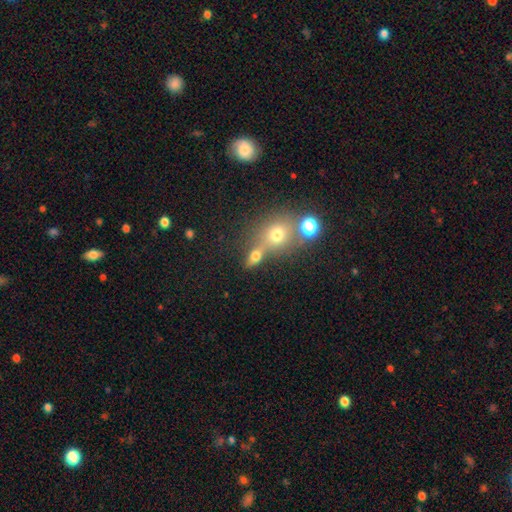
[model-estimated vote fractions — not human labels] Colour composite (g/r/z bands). It shows a smooth galaxy with no disk features (66%) that is in between round and cigar-shaped (54%). Merging: none (46%).